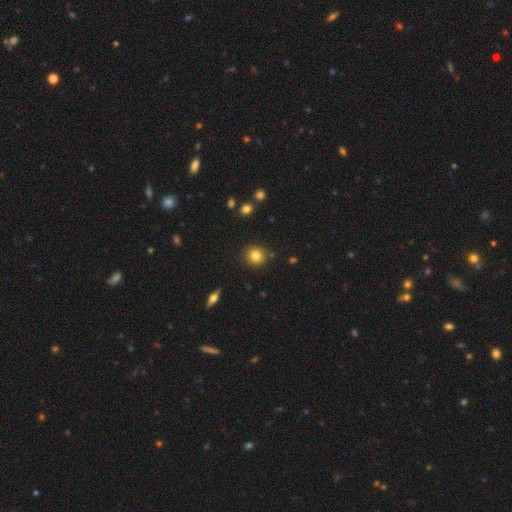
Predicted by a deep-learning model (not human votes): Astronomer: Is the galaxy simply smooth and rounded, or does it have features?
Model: smooth — 81%.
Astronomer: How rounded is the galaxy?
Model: round — 92%.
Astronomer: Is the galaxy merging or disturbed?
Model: none — 89%.